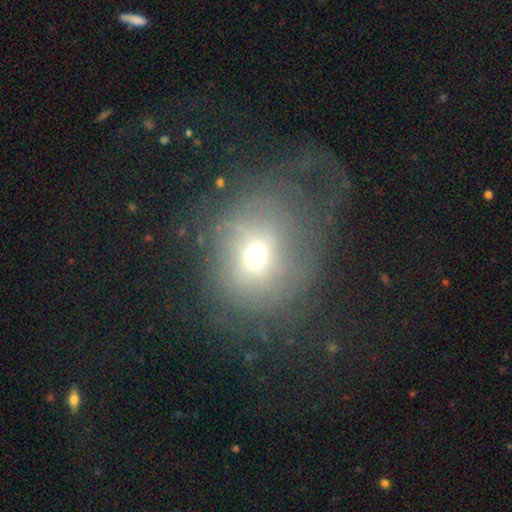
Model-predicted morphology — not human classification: Overall: smooth (54%; featured or disk 29%). How rounded: round (79%). Merging: none (44%; major disturbance 34%).